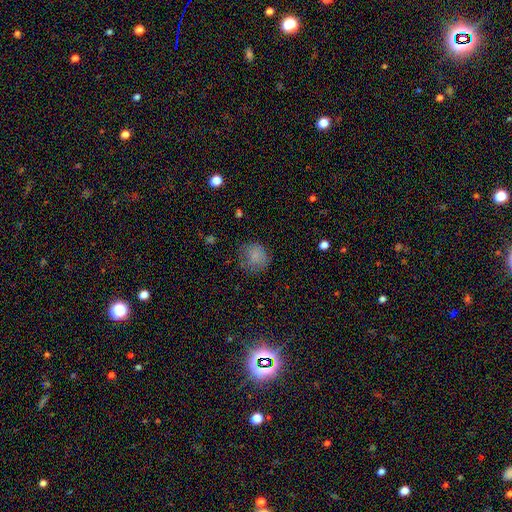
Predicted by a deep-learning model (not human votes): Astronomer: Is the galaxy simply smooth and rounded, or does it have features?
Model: smooth — 79%.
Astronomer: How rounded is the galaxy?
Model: round — 81%.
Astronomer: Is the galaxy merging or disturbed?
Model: none — 68%.